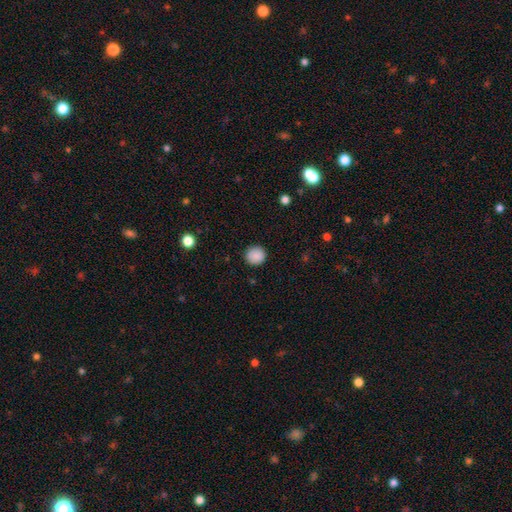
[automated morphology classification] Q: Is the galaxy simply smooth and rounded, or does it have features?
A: smooth — 88%.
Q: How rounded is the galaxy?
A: round — 92%.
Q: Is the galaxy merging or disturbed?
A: none — 91%.